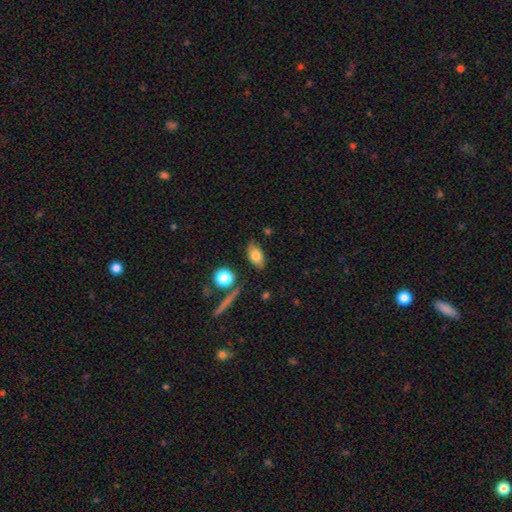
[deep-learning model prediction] smooth-or-featured: smooth: 78% | featured or disk: 14% | star or artifact: 9%
  how-rounded: in between: 89% | round: 7% | cigar-shaped: 5%
  merging: none: 80% | minor disturbance: 13% | merger: 4% | major disturbance: 3%